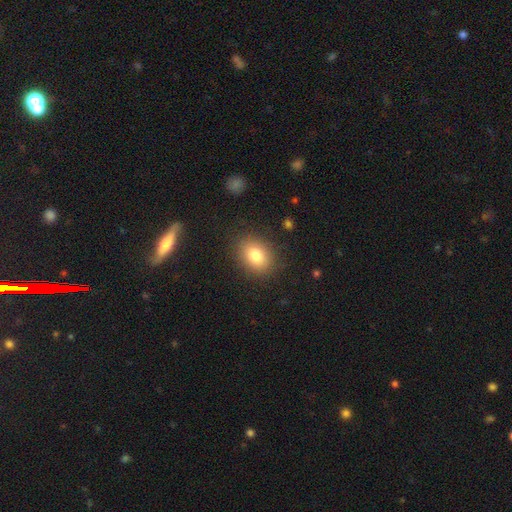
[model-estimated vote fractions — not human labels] Q: Smooth or featured?
A: smooth (81%); runner-up: featured or disk (10%)
Q: How rounded?
A: in between (68%); runner-up: round (31%)
Q: Merging?
A: none (85%); runner-up: minor disturbance (10%)